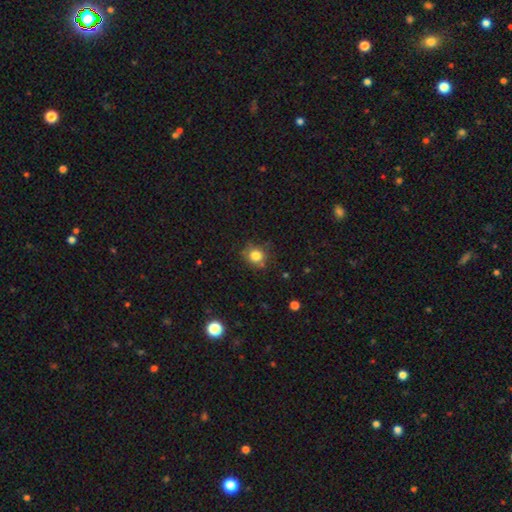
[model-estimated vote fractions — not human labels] This appears to be a smooth galaxy with no disk features (80%) that is round (83%). Merging: none (76%).